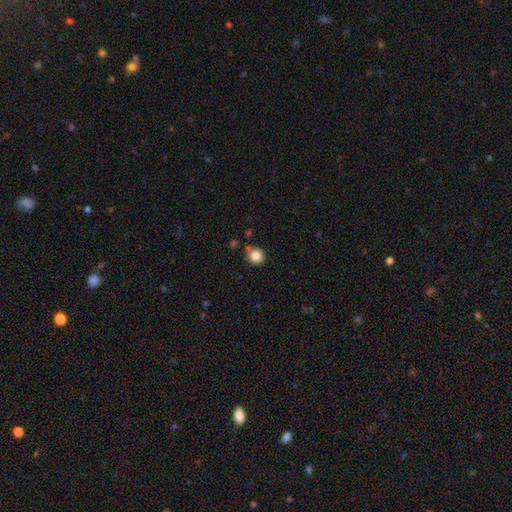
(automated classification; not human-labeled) This appears to be a smooth galaxy with no disk features (84%) that is round (93%). Merging: none (81%).